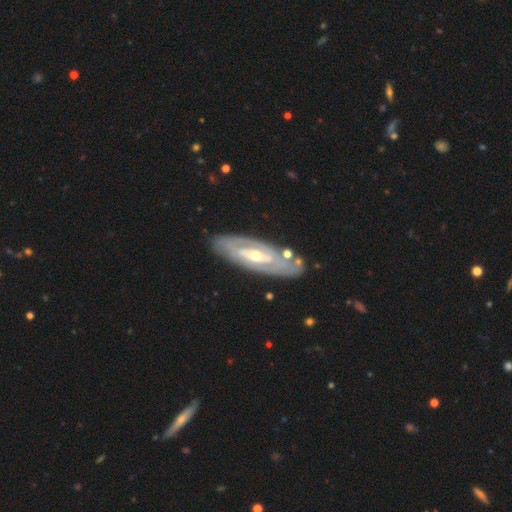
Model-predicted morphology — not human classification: Overall: featured or disk (82%). Edge-on disk: no (87%). Bar: no (40%; weak 33%). Spiral arms: yes (69%; no 31%). Bulge size: moderate (60%; small 34%). Merging: none (81%).